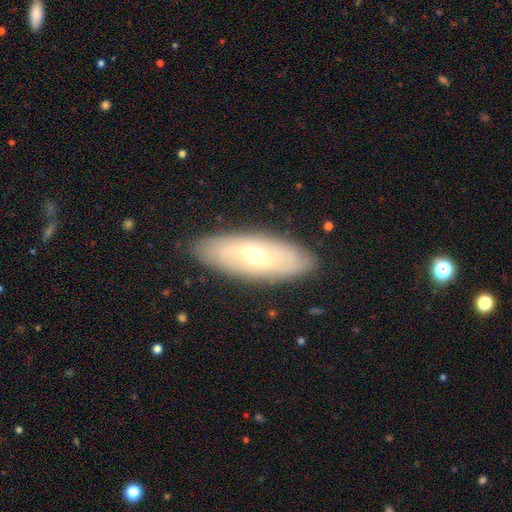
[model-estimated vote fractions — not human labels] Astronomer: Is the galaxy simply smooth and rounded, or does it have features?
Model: featured or disk — 60%.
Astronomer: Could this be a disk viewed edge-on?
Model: no — 79%.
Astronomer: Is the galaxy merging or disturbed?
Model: none — 87%.